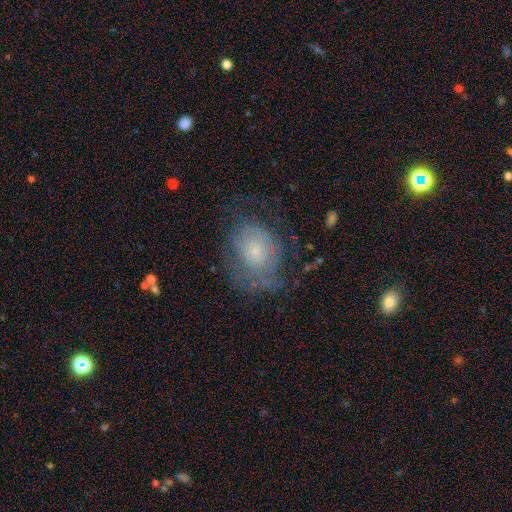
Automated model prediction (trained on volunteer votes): featured or disk 47%, smooth 40%, star or artifact 13%. Down the decision tree: merging — none (57%).